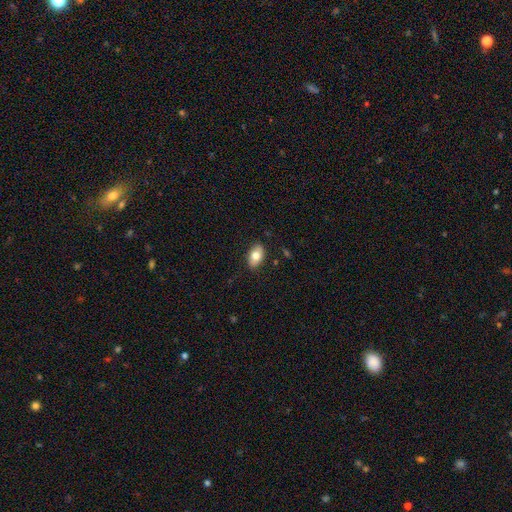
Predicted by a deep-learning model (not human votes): Smooth or featured? Predicted: smooth (p=0.76). How rounded? Predicted: in between (p=0.91). Merging? Predicted: none (p=0.86).